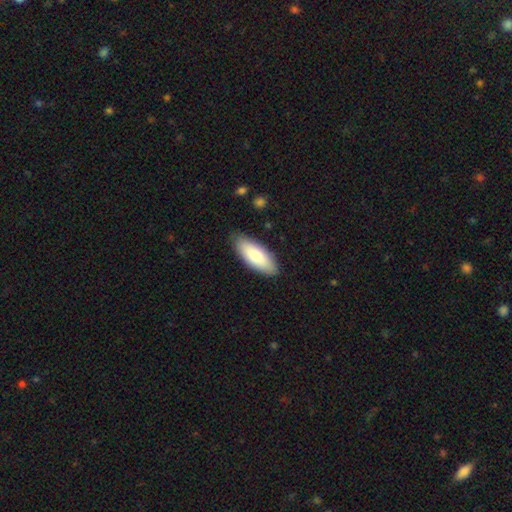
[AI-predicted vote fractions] smooth 81%, featured or disk 14%, star or artifact 5%. Down the decision tree: how rounded — in between (78%); merging — none (85%).